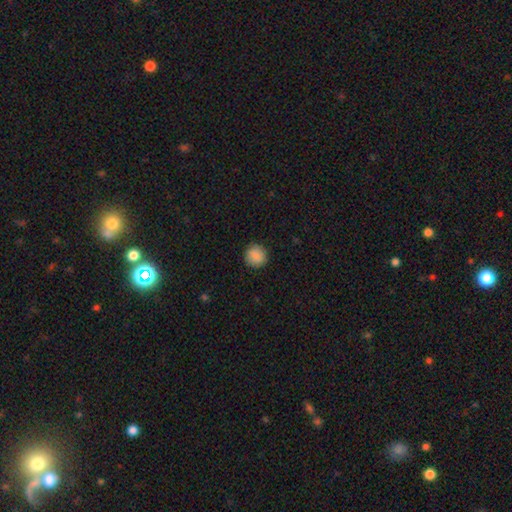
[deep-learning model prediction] smooth 88%, star or artifact 8%, featured or disk 3%. Down the decision tree: how rounded — round (91%); merging — none (90%).